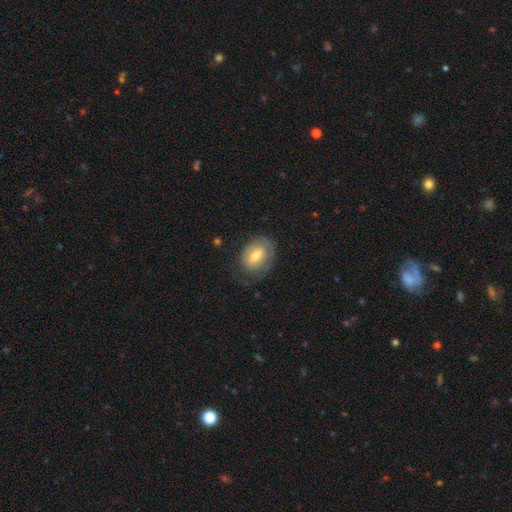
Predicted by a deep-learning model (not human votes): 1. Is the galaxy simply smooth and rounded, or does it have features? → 47% featured or disk, 46% smooth, 8% star or artifact.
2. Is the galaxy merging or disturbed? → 60% none, 24% minor disturbance, 15% major disturbance, 1% merger.